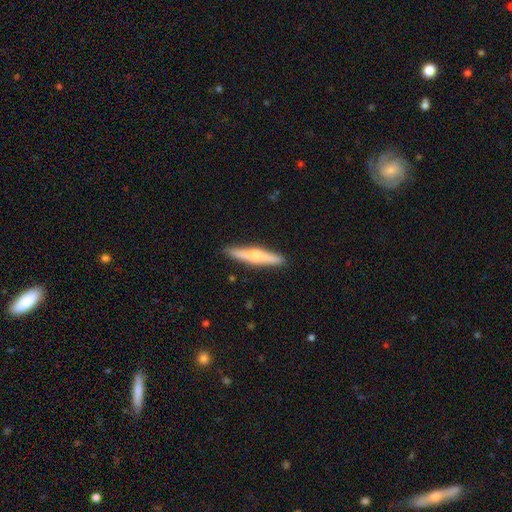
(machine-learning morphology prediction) This appears to be a featured or disk galaxy (51%) viewed edge-on (95%). Merging: none (90%).